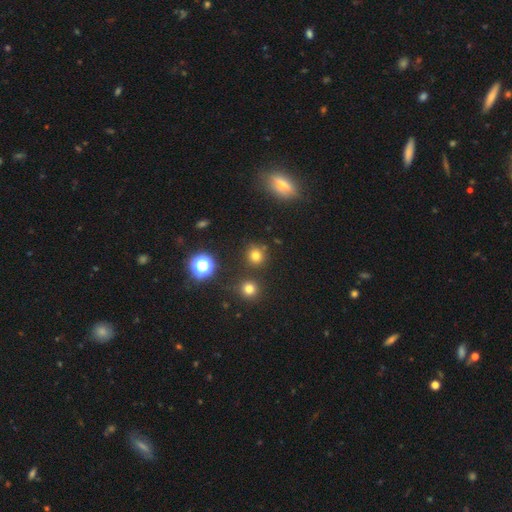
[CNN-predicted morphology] smooth 71%, star or artifact 23%, featured or disk 7%. Down the decision tree: how rounded — round (90%); merging — none (84%).